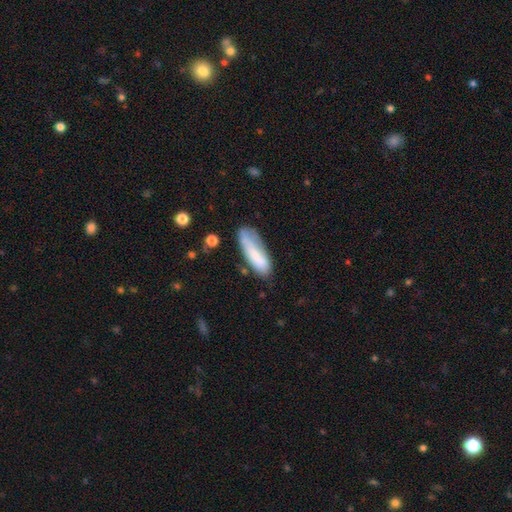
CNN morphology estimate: This appears to be a smooth galaxy with no disk features (77%) that is cigar-shaped (52%). Merging: none (55%).